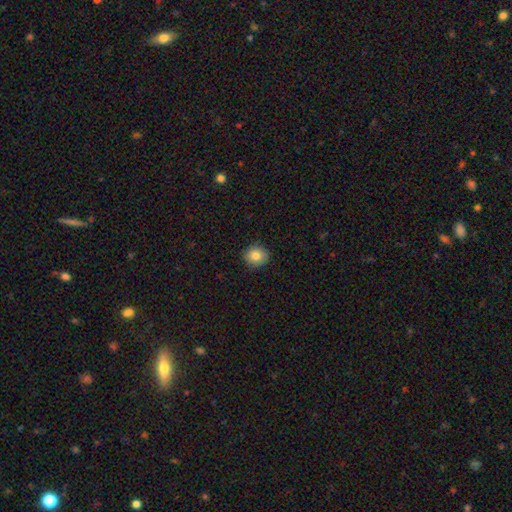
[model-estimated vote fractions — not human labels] This appears to be a smooth galaxy with no disk features (83%) that is round (86%). Merging: none (90%).